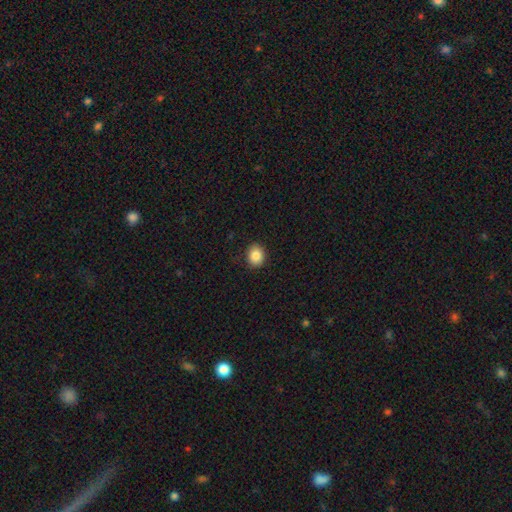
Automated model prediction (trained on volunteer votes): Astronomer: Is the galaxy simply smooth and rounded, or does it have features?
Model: smooth — 86%.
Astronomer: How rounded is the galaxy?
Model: round — 56% (runner-up: in between, 43%).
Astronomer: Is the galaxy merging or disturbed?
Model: none — 88%.